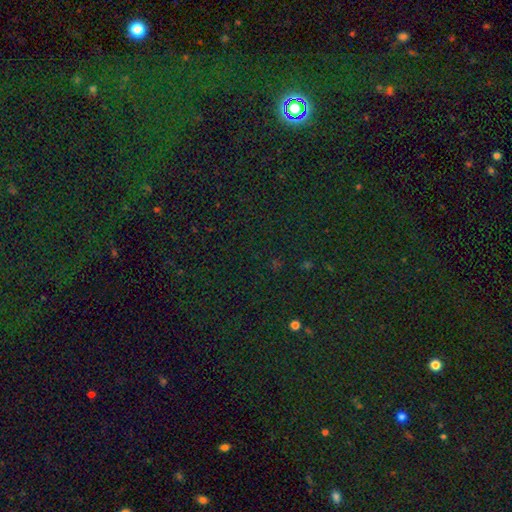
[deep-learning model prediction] A star or artifact, not a galaxy (81%).

Vote fractions:
- Smooth or featured? star or artifact: 81% / smooth: 12% / featured or disk: 7%